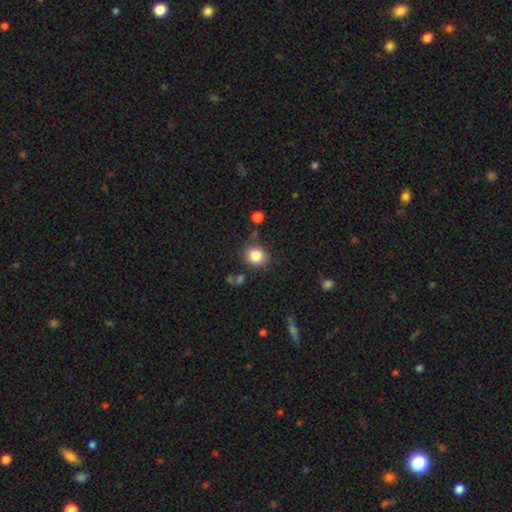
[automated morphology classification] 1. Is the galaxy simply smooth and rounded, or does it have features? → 84% smooth, 11% star or artifact, 6% featured or disk.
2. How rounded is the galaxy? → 81% round, 18% in between, 1% cigar-shaped.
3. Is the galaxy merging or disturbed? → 84% none, 9% minor disturbance, 4% merger, 3% major disturbance.